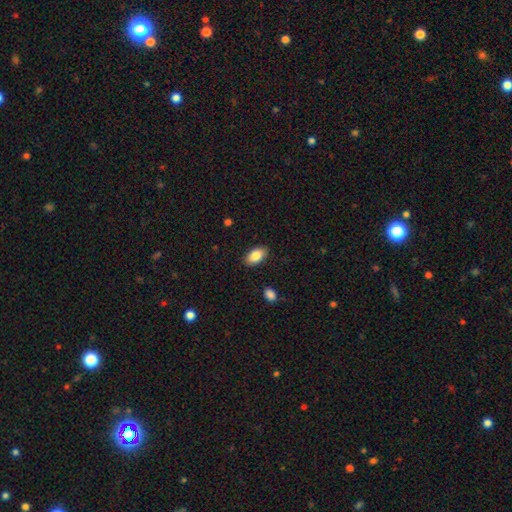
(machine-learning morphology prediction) smooth 84%, featured or disk 9%, star or artifact 7%. Down the decision tree: how rounded — in between (93%); merging — none (88%).